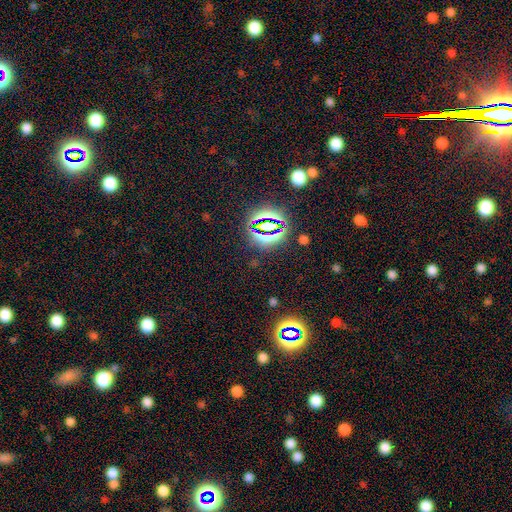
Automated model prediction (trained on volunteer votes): This appears to be a star or artifact, not a galaxy (81%).